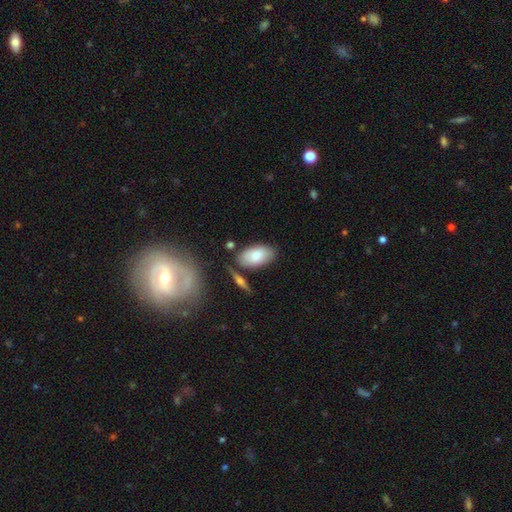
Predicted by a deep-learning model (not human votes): Morphology: type=smooth (80%); roundness=in between (94%); merging=none (71%).